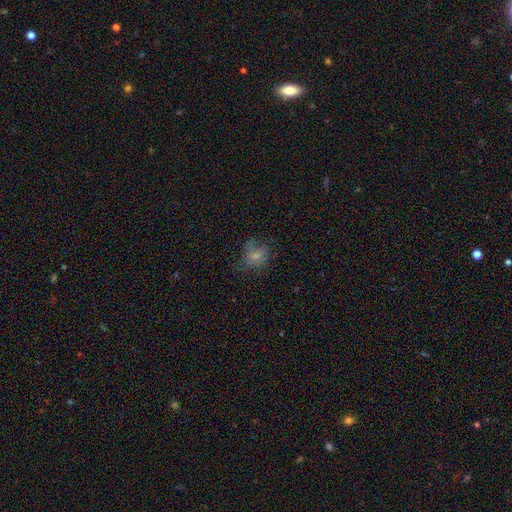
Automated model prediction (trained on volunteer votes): Smooth or featured: smooth — 68% (featured or disk — 19%)
How rounded: round — 57% (in between — 42%)
Merging: none — 52% (minor disturbance — 26%)